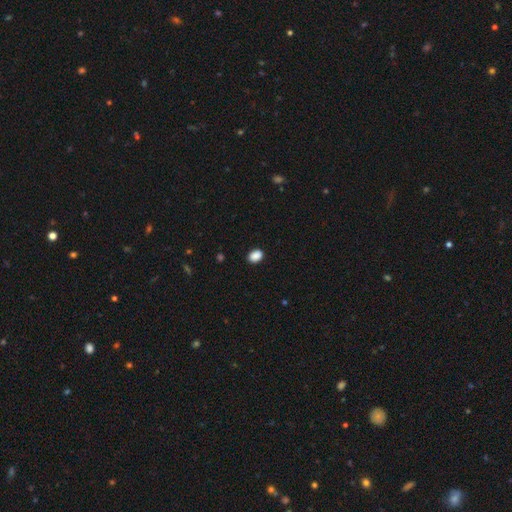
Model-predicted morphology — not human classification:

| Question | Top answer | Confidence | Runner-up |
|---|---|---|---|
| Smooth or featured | smooth | 89% | star or artifact (8%) |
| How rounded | in between | 73% | round (26%) |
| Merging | none | 89% | minor disturbance (8%) |